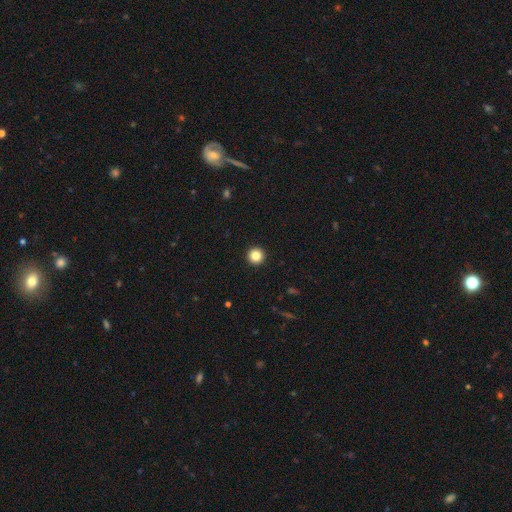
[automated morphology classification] type=smooth (84%); roundness=round (97%); merging=none (94%).